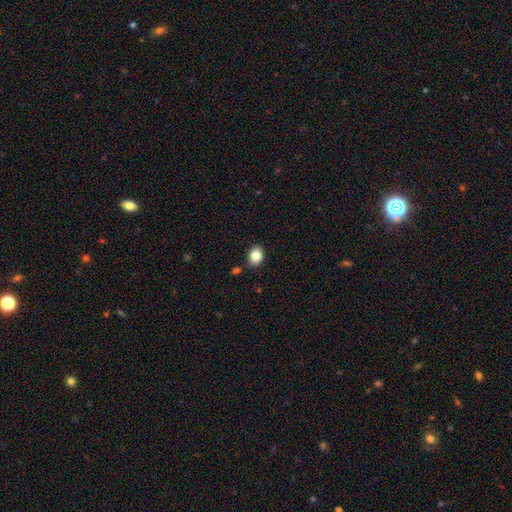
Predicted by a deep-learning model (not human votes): smooth-or-featured: smooth: 85% | star or artifact: 9% | featured or disk: 6%
  how-rounded: in between: 60% | round: 39% | cigar-shaped: 1%
  merging: none: 84% | minor disturbance: 10% | merger: 3% | major disturbance: 2%